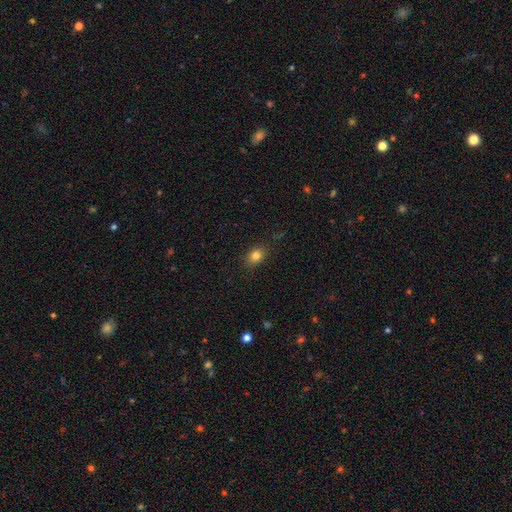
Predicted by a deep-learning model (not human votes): A smooth galaxy with no disk features (80%) that is in between round and cigar-shaped (56%).

Vote fractions:
- Smooth or featured? smooth: 80% / star or artifact: 12% / featured or disk: 7%
- How rounded? in between: 56% / round: 42% / cigar-shaped: 1%
- Merging? none: 84% / minor disturbance: 12% / major disturbance: 3% / merger: 1%